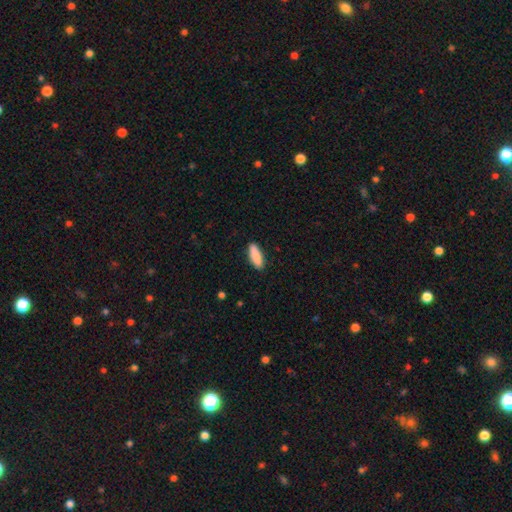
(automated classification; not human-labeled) Overall: smooth (88%). How rounded: in between (49%, tied with cigar-shaped). Merging: none (89%).